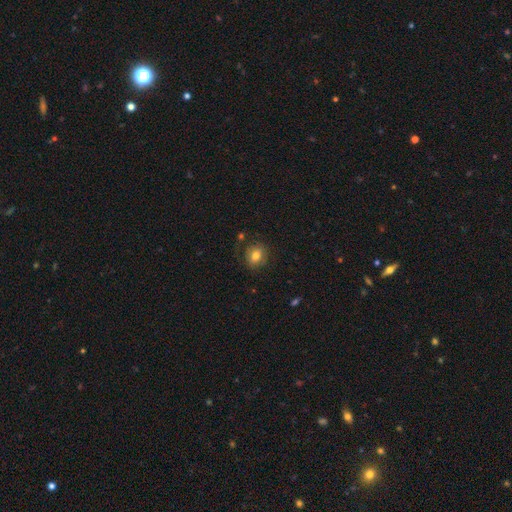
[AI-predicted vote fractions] Smooth or featured: smooth — 76% (featured or disk — 14%)
How rounded: round — 62% (in between — 37%)
Merging: none — 77% (minor disturbance — 14%)